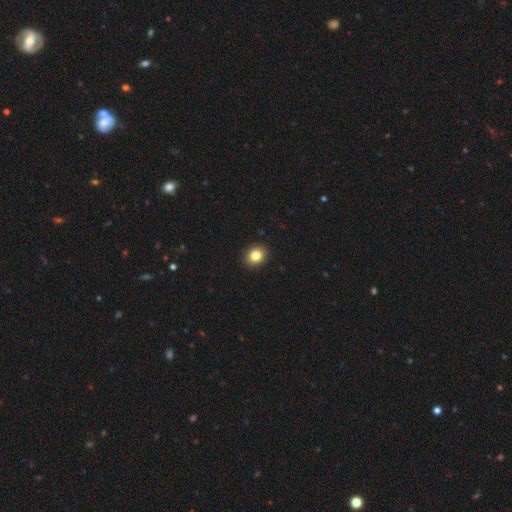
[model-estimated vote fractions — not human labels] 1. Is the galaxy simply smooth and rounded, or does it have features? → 84% smooth, 10% star or artifact, 6% featured or disk.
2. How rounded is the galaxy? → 60% round, 39% in between, 1% cigar-shaped.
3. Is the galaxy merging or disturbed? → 92% none, 6% minor disturbance, 2% major disturbance, 1% merger.